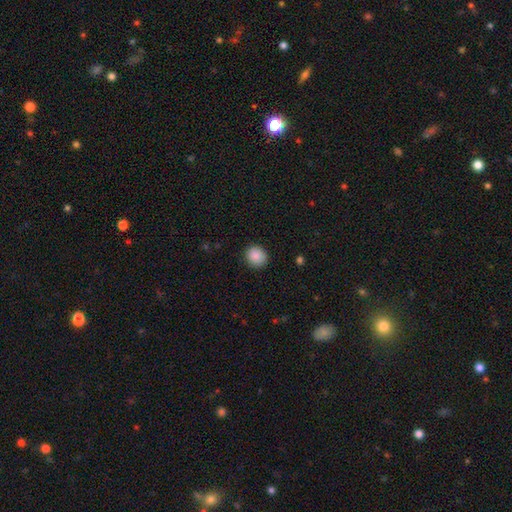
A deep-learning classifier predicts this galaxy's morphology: smooth_or_featured: smooth (p=0.88) [alt: star or artifact p=0.08]
how_rounded: round (p=0.79) [alt: in between p=0.20]
merging: none (p=0.89) [alt: minor disturbance p=0.08]